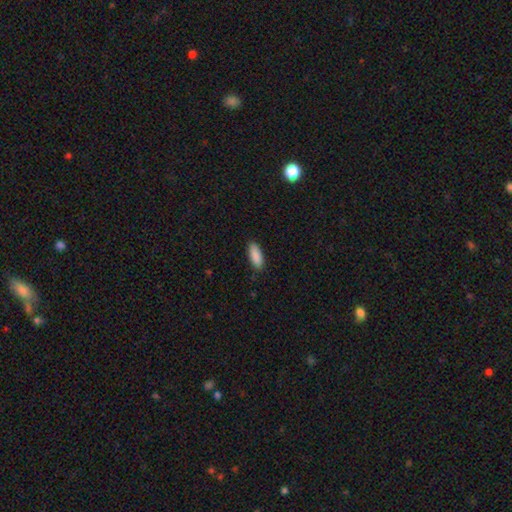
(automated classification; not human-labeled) This appears to be a smooth galaxy with no disk features (90%) that is in between round and cigar-shaped (74%). Merging: none (88%).